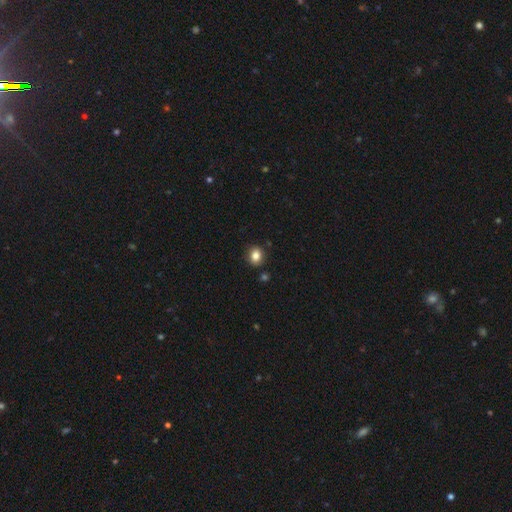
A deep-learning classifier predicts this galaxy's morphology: Smooth or featured? smooth (84%)
How rounded? round (61%)
Merging? none (87%)